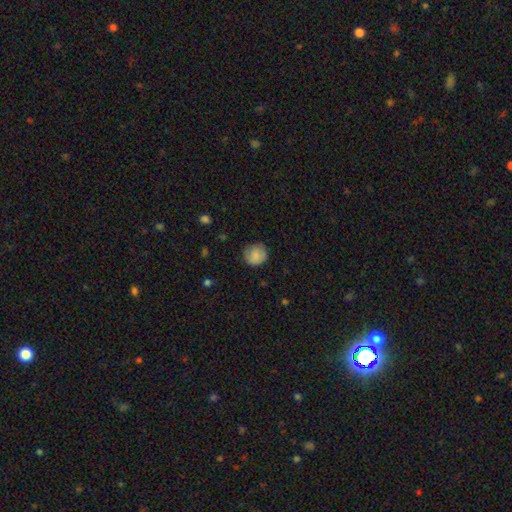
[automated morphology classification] This appears to be a smooth galaxy with no disk features (85%) that is round (89%). Merging: none (78%).